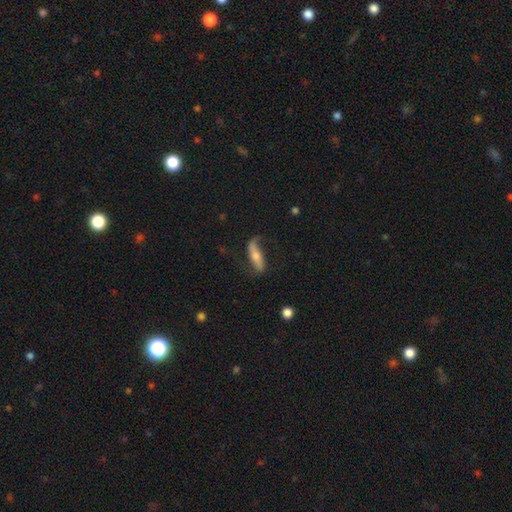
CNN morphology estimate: Smooth or featured?
  - featured or disk: 68% *
  - smooth: 24%
  - star or artifact: 8%
Edge-on disk?
  - no: 70% *
  - yes: 30%
Merging?
  - none: 66% *
  - minor disturbance: 19%
  - major disturbance: 13%
  - merger: 2%